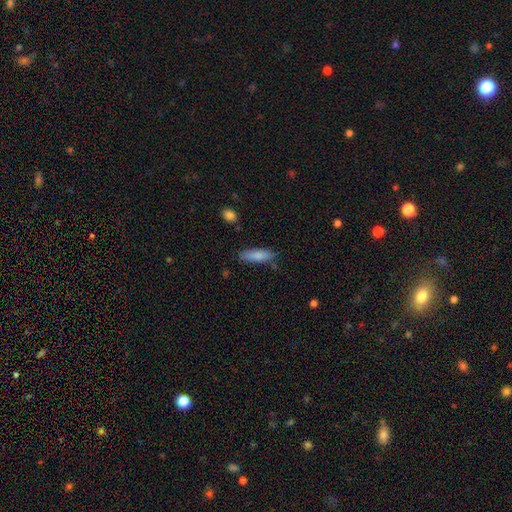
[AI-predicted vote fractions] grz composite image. It shows a smooth galaxy with no disk features (81%) that is cigar-shaped (63%). Merging: none (83%).